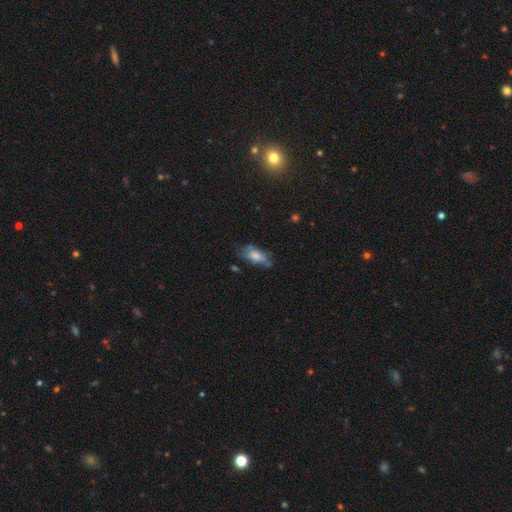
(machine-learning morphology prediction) Smooth or featured? smooth (71%)
How rounded? in between (85%)
Merging? none (52%)